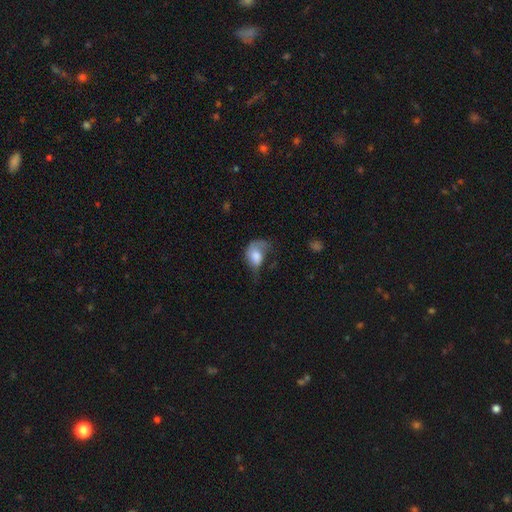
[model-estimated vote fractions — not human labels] The model was most divided on "merging": major disturbance: 50%, minor disturbance: 27%, none: 19%, merger: 4%. More confident: how rounded — in between (71%); smooth or featured — smooth (64%).